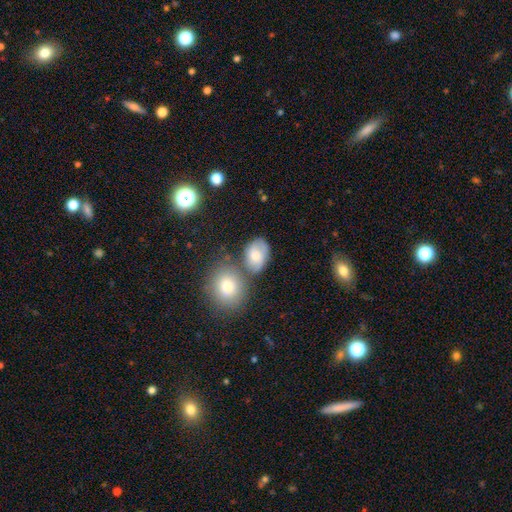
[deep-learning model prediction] smooth_or_featured: smooth (p=0.62) [alt: featured or disk p=0.29]
how_rounded: in between (p=0.71) [alt: round p=0.27]
merging: none (p=0.51) [alt: merger p=0.21]